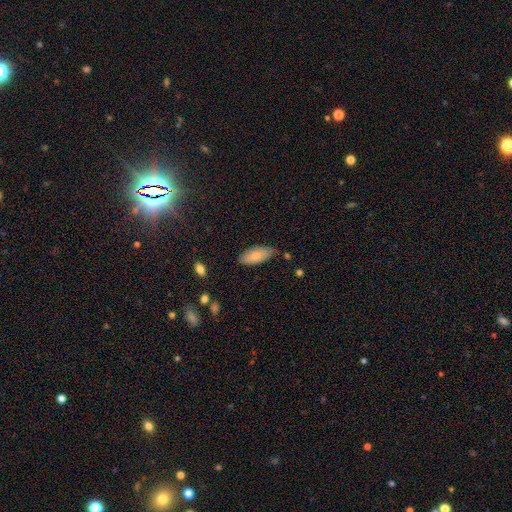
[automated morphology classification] Q: Smooth or featured?
A: smooth (80%); runner-up: featured or disk (14%)
Q: How rounded?
A: in between (85%); runner-up: cigar-shaped (13%)
Q: Merging?
A: none (72%); runner-up: minor disturbance (22%)